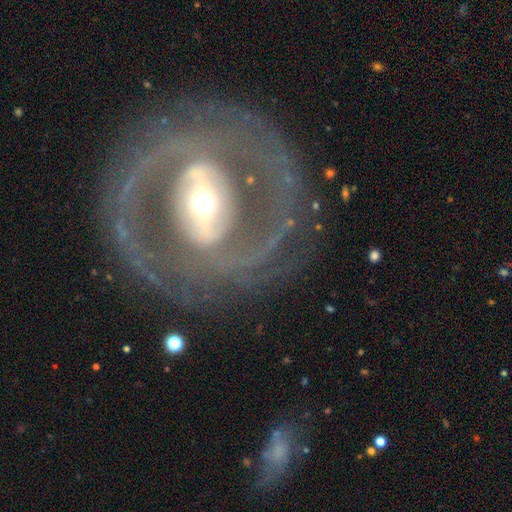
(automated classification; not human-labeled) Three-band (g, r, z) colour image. It shows a featured or disk galaxy (85%) with a strong bar (59%), 2 (73%) tight (44%) spiral arms (74%) and a moderate central bulge (55%). Merging: none (77%).